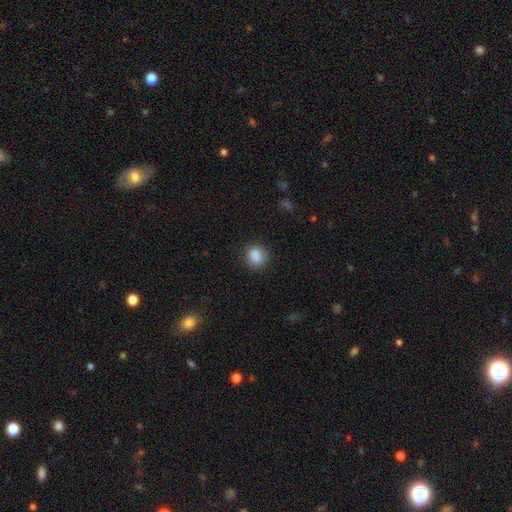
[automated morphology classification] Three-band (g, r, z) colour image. It shows a smooth galaxy with no disk features (87%) that is round (69%). Merging: none (84%).